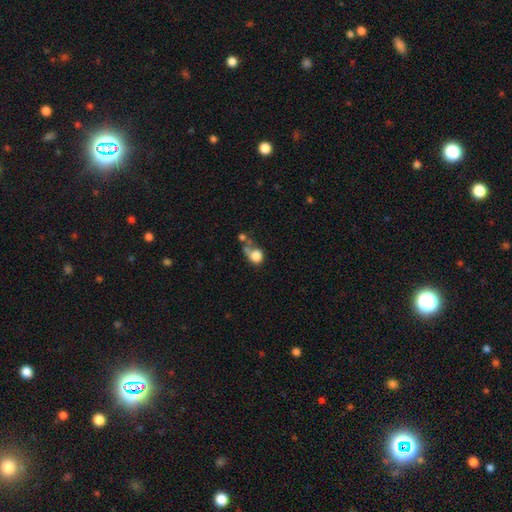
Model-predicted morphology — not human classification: Smooth or featured? smooth (78%)
How rounded? round (70%)
Merging? merger (36%)